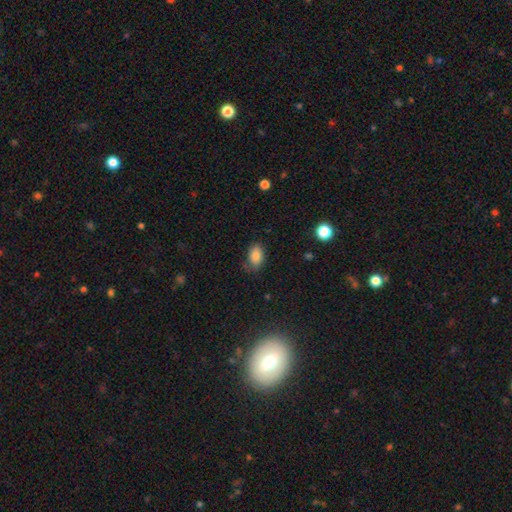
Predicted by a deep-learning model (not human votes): smooth 84%, star or artifact 9%, featured or disk 7%. Down the decision tree: how rounded — in between (90%); merging — none (69%).